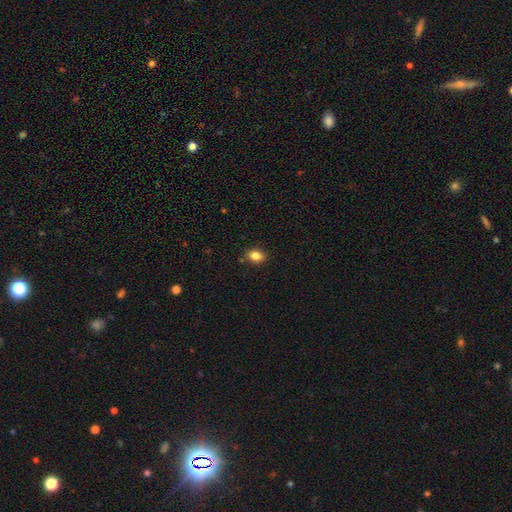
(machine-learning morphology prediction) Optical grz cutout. It shows a smooth galaxy with no disk features (84%) that is in between round and cigar-shaped (72%). Merging: none (85%).